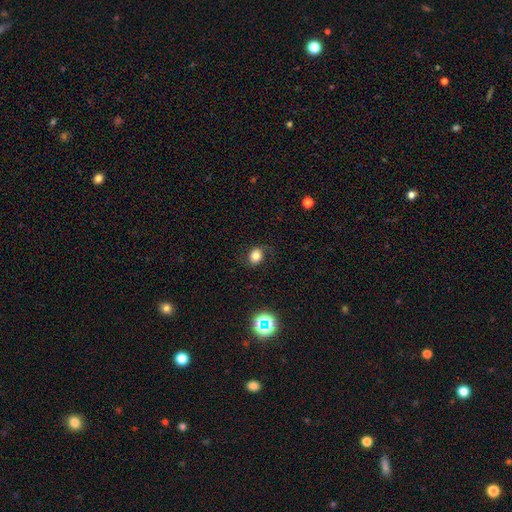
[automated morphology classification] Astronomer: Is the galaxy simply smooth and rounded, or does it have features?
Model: smooth — 73%.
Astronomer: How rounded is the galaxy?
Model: round — 55% (runner-up: in between, 44%).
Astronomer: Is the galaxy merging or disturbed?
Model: none — 74%.